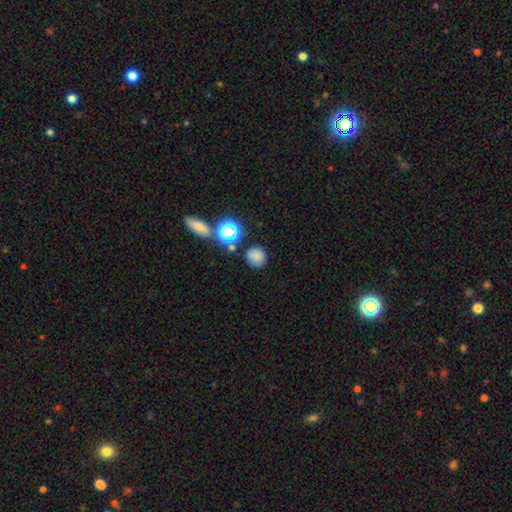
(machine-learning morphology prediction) Smooth or featured? Predicted: smooth (p=0.76). How rounded? Predicted: round (p=0.89). Merging? Predicted: none (p=0.78).